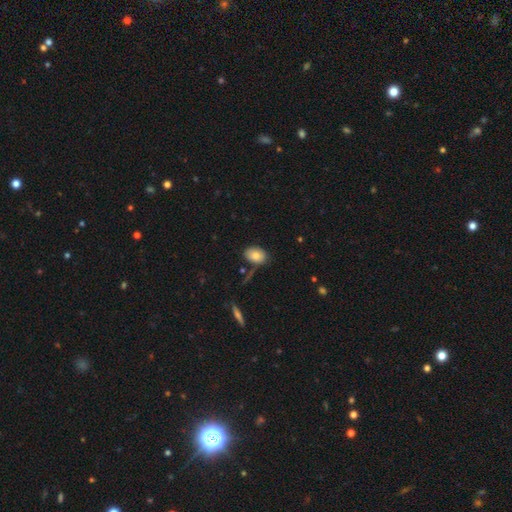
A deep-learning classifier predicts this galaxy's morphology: This is likely a smooth galaxy (80%). How rounded: clearly in between (84%). Merging: likely none (75%).